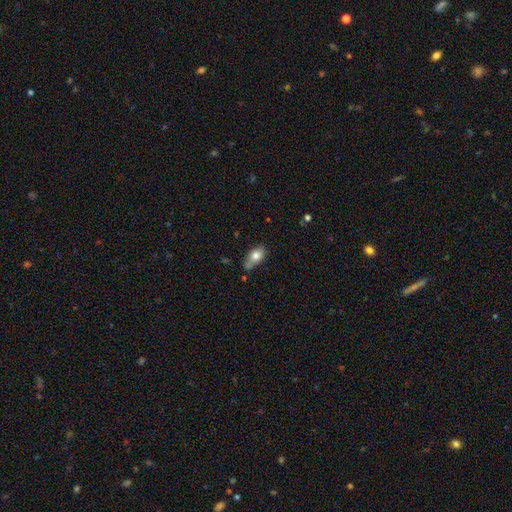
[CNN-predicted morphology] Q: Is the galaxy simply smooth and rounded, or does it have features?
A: smooth — 78%.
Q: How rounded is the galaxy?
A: in between — 83%.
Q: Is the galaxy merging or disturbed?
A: none — 47%.